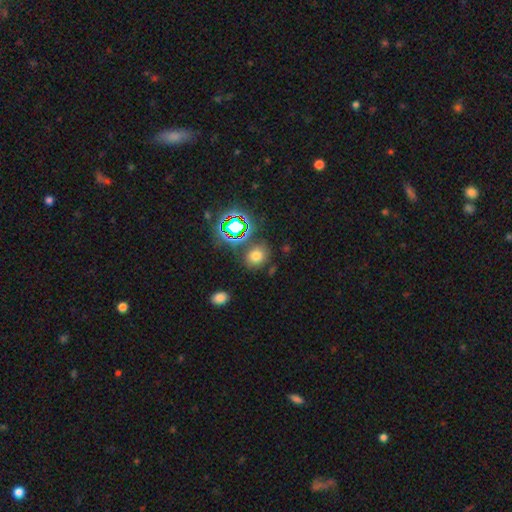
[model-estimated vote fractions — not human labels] Q: Smooth or featured?
A: smooth (64%); runner-up: star or artifact (28%)
Q: How rounded?
A: round (63%); runner-up: in between (36%)
Q: Merging?
A: none (77%); runner-up: minor disturbance (12%)